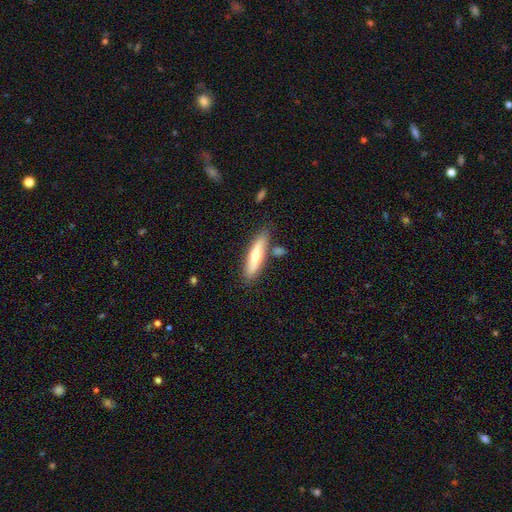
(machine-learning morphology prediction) Smooth or featured? Predicted: smooth (p=0.62). How rounded? Predicted: cigar-shaped (p=0.74). Merging? Predicted: none (p=0.76).